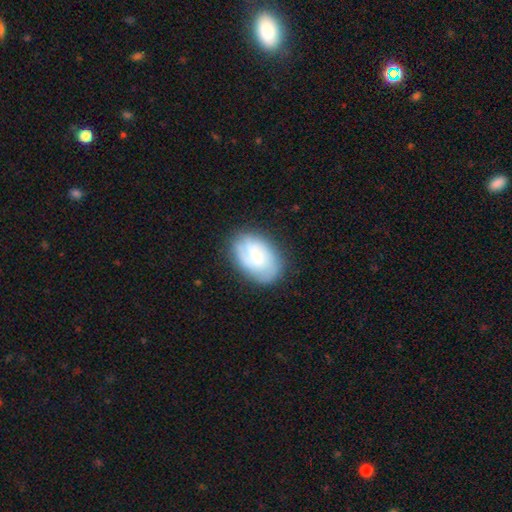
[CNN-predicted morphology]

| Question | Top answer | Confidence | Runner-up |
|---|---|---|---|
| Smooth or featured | smooth | 47% | featured or disk (45%) |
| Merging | none | 76% | minor disturbance (18%) |